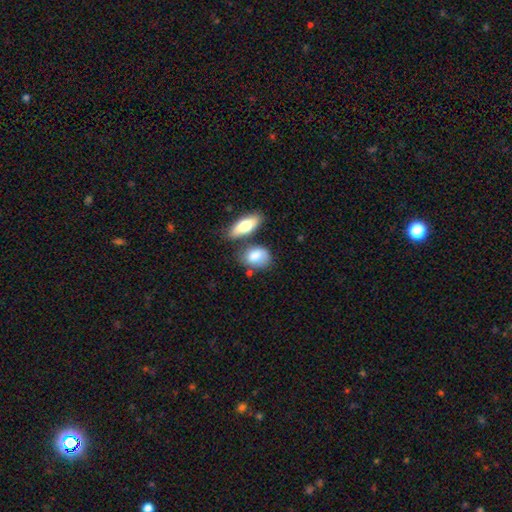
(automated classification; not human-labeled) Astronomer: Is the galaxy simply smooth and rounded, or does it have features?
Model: smooth — 81%.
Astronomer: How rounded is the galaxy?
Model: in between — 75%.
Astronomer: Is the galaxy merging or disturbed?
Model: none — 52%.